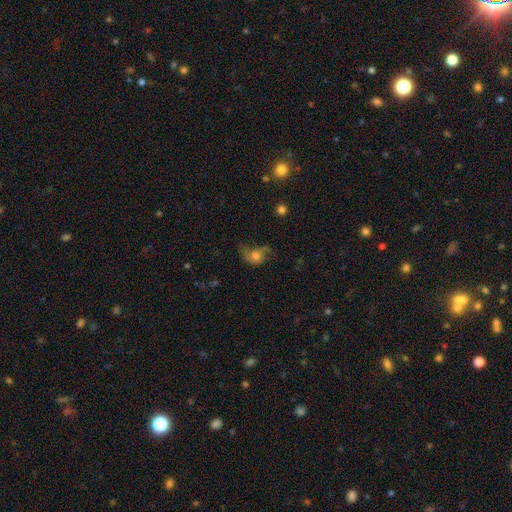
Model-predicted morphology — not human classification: The model was most divided on "merging": none: 35%, major disturbance: 34%, minor disturbance: 27%, merger: 3%. Remaining: smooth or featured — smooth (48%).